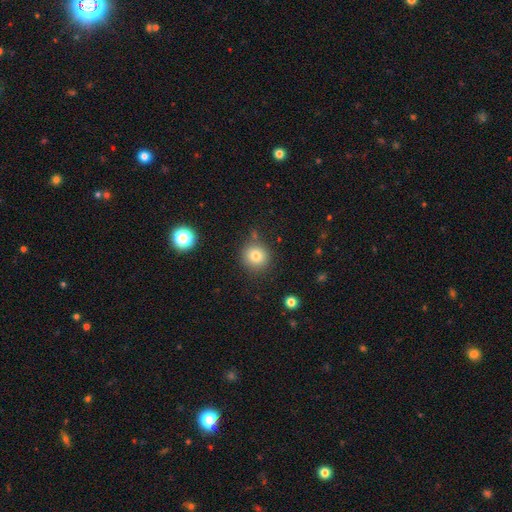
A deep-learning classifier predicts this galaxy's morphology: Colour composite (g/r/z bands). It shows a smooth galaxy with no disk features (79%) that is round (92%). Merging: none (82%).